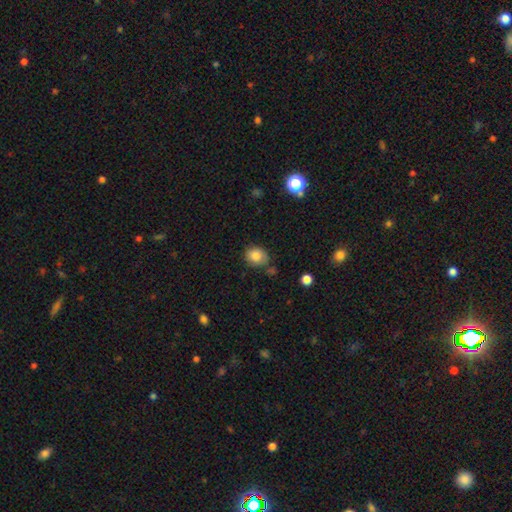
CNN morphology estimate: Smooth or featured? smooth (83%)
How rounded? round (54%)
Merging? none (69%)